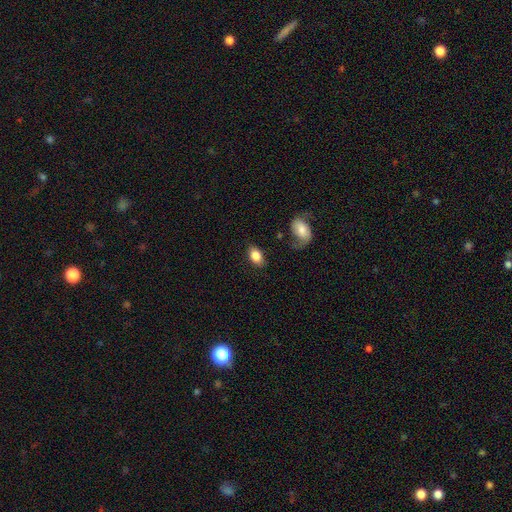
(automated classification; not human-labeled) smooth 83%, featured or disk 10%, star or artifact 7%. Down the decision tree: how rounded — in between (87%); merging — none (76%).